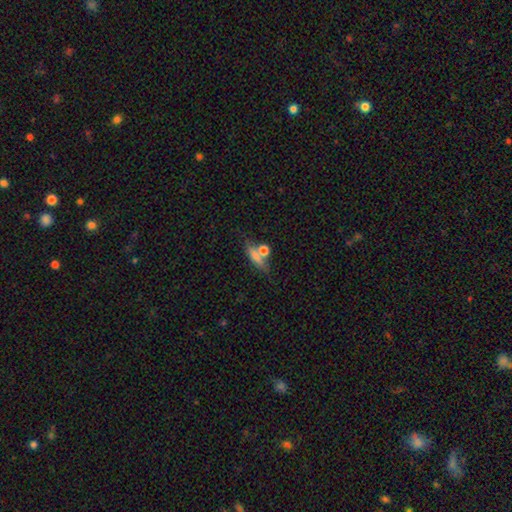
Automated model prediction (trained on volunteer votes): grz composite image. It shows a smooth galaxy with no disk features (62%) that is cigar-shaped (52%). Merging: none (57%).